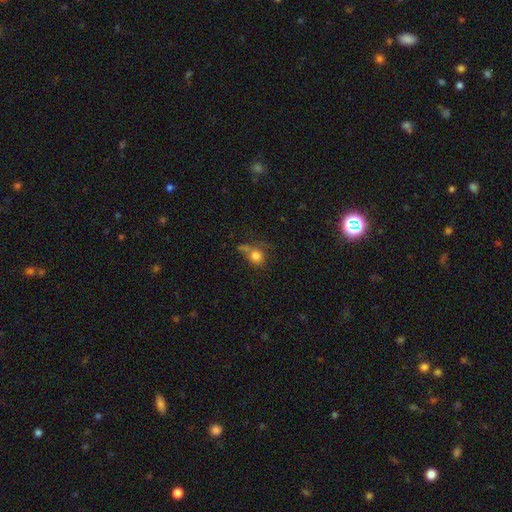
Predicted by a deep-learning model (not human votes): A smooth galaxy with no disk features (78%) that is round (77%). Merging: none (45%).